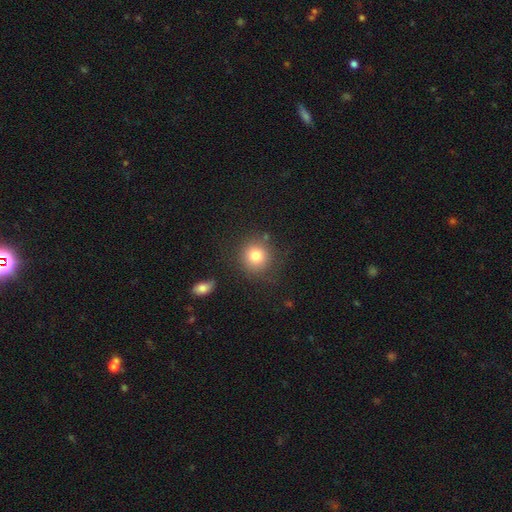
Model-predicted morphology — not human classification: This appears to be a smooth galaxy with no disk features (80%) that is round (89%). Merging: none (81%).